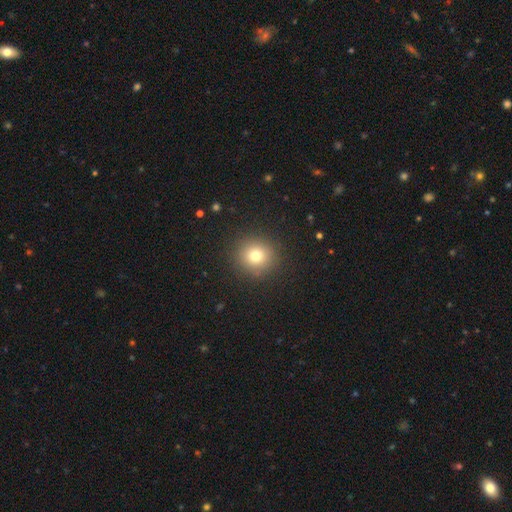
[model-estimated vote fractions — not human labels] Overall: smooth (77%). How rounded: round (90%). Merging: none (90%).